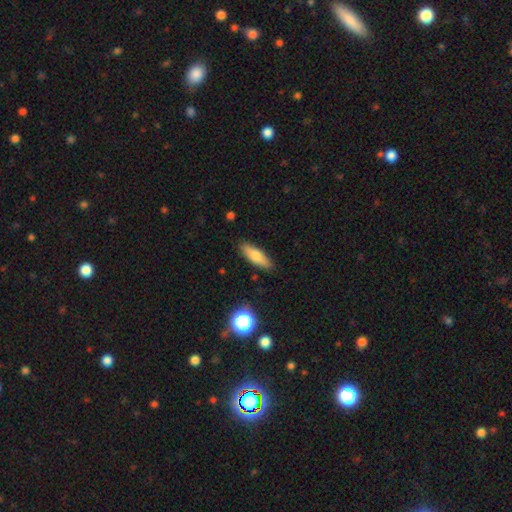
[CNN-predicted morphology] A smooth galaxy with no disk features (76%) that is in between round and cigar-shaped (52%). Merging: none (87%).